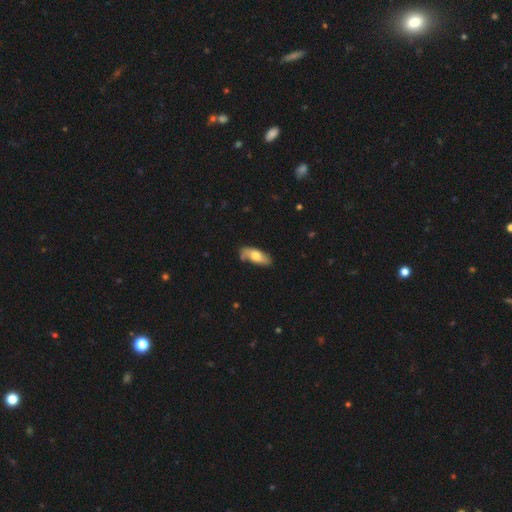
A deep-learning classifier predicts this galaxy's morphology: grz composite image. It shows a smooth galaxy with no disk features (60%) that is in between round and cigar-shaped (78%). Merging: none (65%).